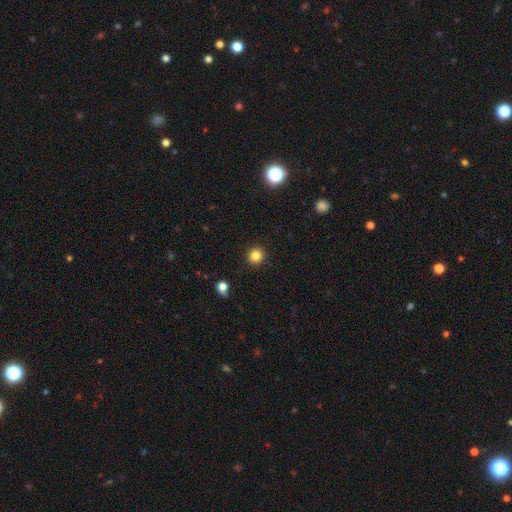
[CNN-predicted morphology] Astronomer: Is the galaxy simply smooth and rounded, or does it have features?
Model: smooth — 83%.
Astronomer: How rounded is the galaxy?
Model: round — 93%.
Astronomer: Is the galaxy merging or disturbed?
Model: none — 92%.